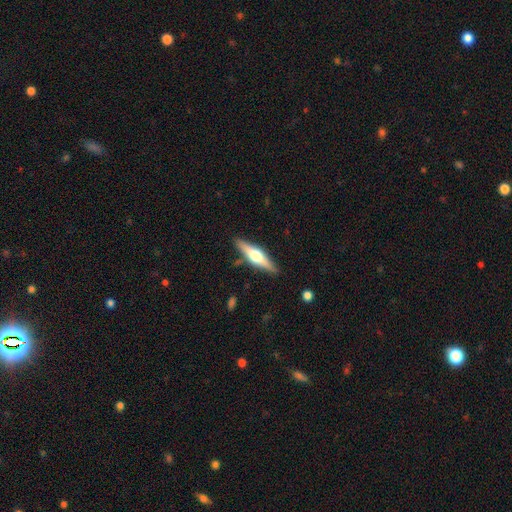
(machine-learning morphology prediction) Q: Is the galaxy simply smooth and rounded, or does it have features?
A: featured or disk — 63%.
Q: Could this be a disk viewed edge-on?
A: yes — 96%.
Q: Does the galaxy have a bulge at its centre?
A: rounded — 93%.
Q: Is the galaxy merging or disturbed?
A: none — 87%.